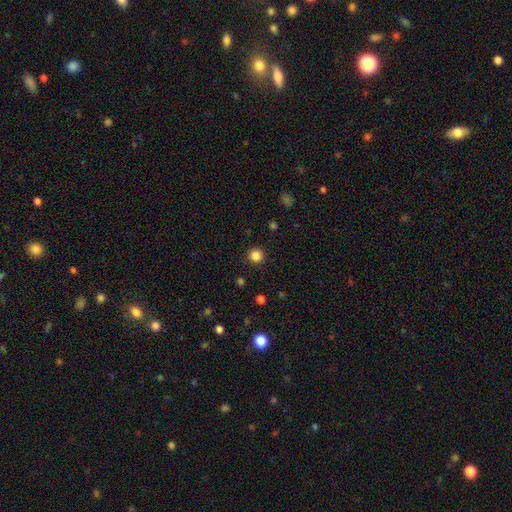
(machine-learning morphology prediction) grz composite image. It shows a smooth galaxy with no disk features (84%) that is round (94%). Merging: none (91%).